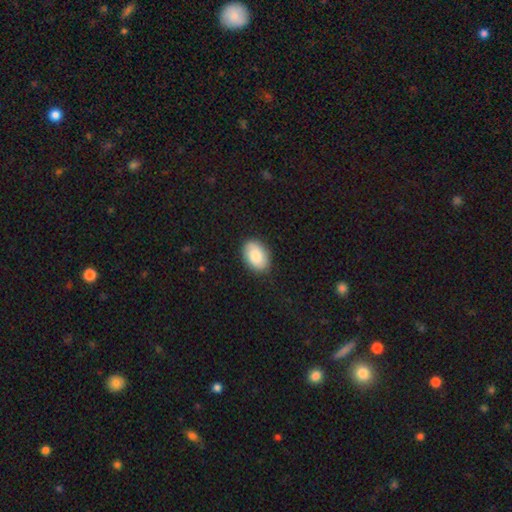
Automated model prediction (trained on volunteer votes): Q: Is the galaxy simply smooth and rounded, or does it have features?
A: smooth — 82%.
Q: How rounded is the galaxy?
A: in between — 86%.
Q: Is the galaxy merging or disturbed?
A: none — 88%.